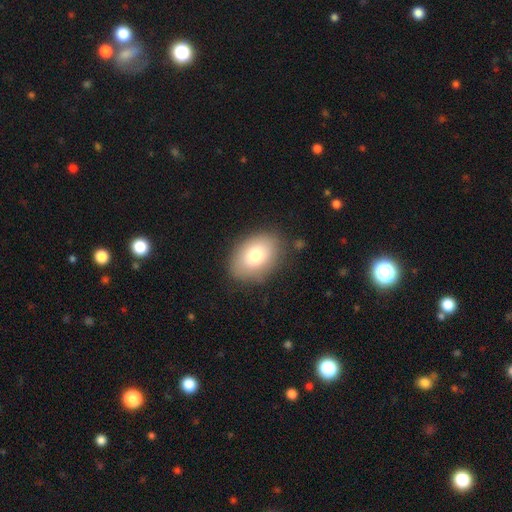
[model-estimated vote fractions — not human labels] smooth 78%, featured or disk 14%, star or artifact 9%. Down the decision tree: how rounded — in between (80%); merging — none (83%).